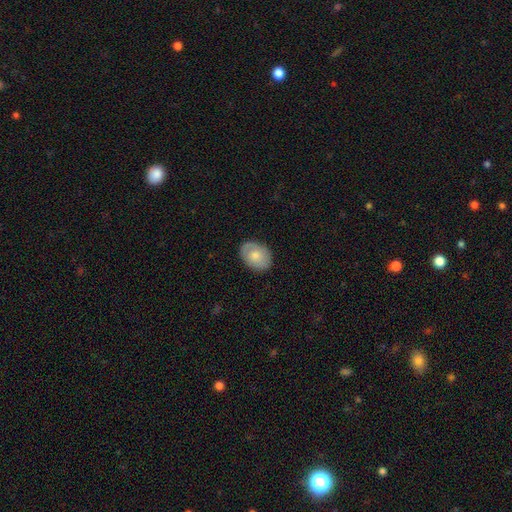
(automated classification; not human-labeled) A smooth galaxy with no disk features (69%) that is in between round and cigar-shaped (73%). Merging: none (82%).